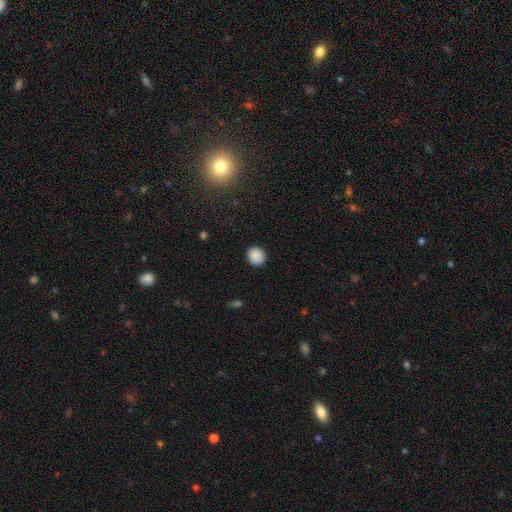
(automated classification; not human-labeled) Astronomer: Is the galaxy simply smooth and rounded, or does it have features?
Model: smooth — 89%.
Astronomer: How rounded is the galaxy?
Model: round — 77%.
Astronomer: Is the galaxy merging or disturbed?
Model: none — 88%.